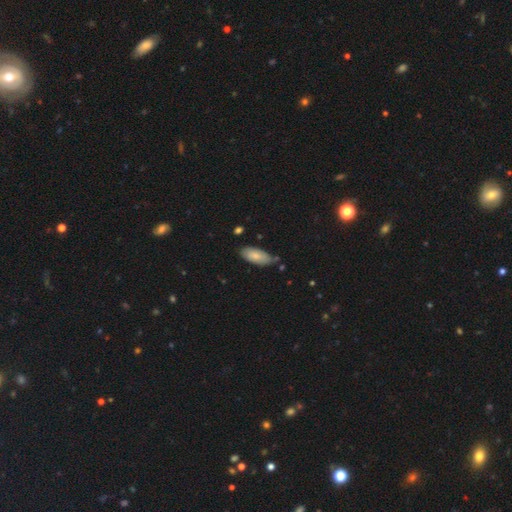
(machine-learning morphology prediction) Smooth or featured?
  - smooth: 77% *
  - featured or disk: 17%
  - star or artifact: 6%
How rounded?
  - in between: 88% *
  - cigar-shaped: 11%
  - round: 2%
Merging?
  - none: 70% *
  - minor disturbance: 22%
  - merger: 4%
  - major disturbance: 3%